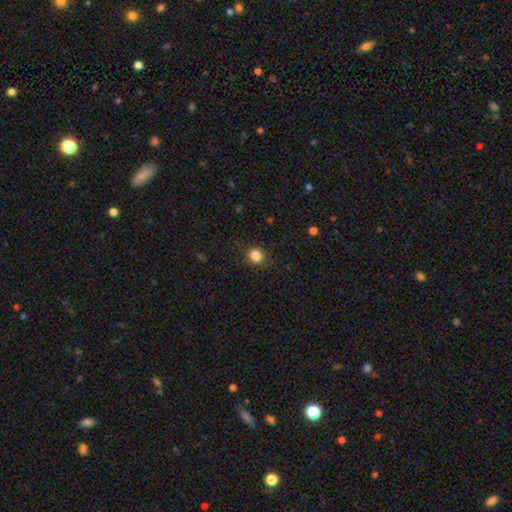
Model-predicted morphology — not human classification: Smooth or featured?
  - smooth: 86% *
  - star or artifact: 11%
  - featured or disk: 4%
How rounded?
  - round: 77% *
  - in between: 22%
  - cigar-shaped: 1%
Merging?
  - none: 87% *
  - minor disturbance: 9%
  - major disturbance: 3%
  - merger: 1%